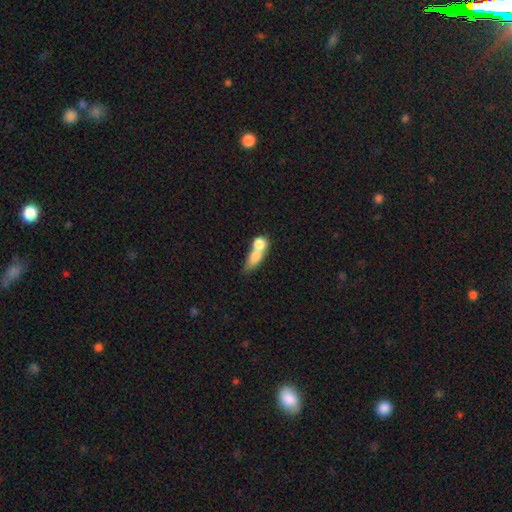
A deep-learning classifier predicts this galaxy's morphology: The model was most divided on "how rounded": in between: 50%, round: 26%, cigar-shaped: 24%. More confident: smooth or featured — smooth (69%); merging — merger (65%).